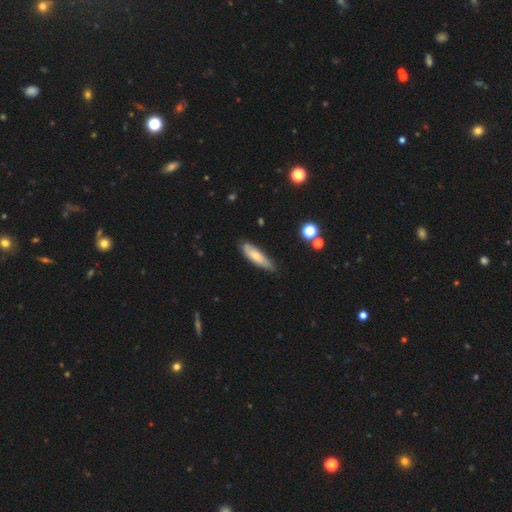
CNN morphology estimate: This is likely a smooth galaxy (63%). How rounded: likely cigar-shaped (61%). Merging: likely none (67%).